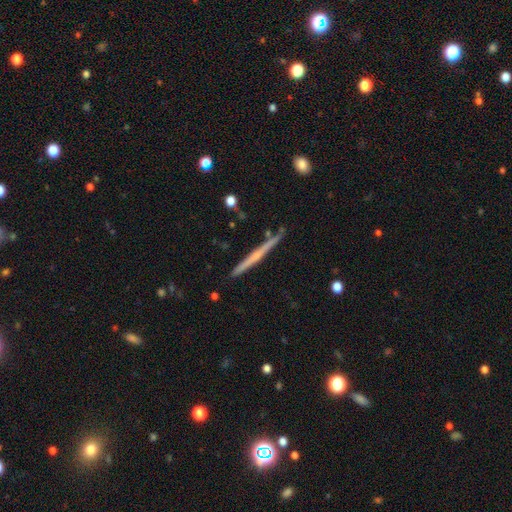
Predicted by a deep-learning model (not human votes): A featured or disk galaxy (69%) viewed edge-on (98%) with a rounded central bulge (48%). Merging: none (88%).